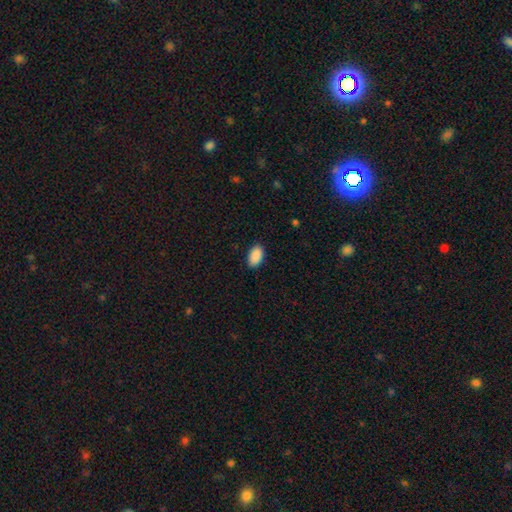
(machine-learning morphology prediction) type=smooth (91%); roundness=in between (94%); merging=none (88%).